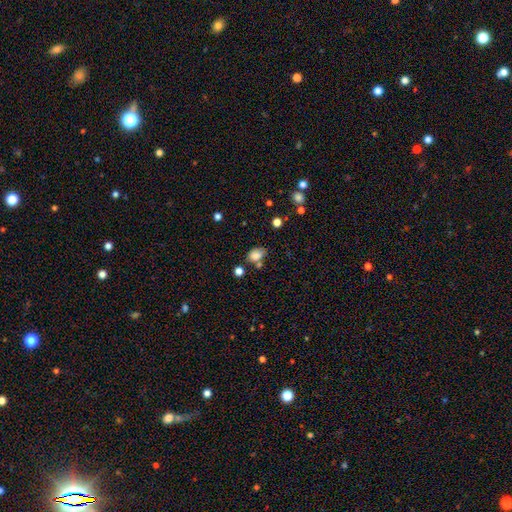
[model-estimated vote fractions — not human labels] Smooth or featured: smooth — 80% (star or artifact — 12%)
How rounded: in between — 70% (round — 28%)
Merging: none — 54% (minor disturbance — 22%)